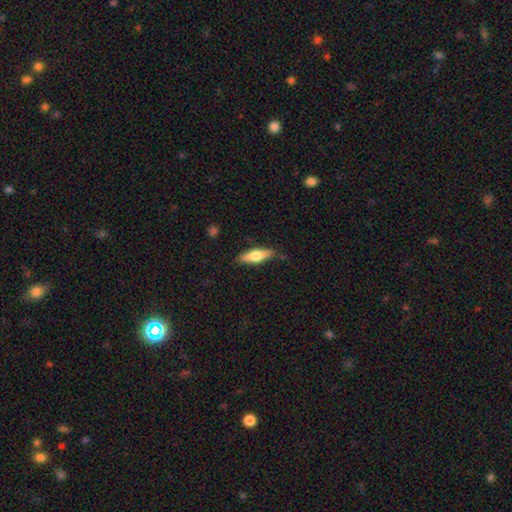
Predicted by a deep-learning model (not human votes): smooth_or_featured: smooth (p=0.53) [alt: featured or disk p=0.41]
how_rounded: cigar-shaped (p=0.55) [alt: in between p=0.43]
merging: none (p=0.83) [alt: minor disturbance p=0.13]